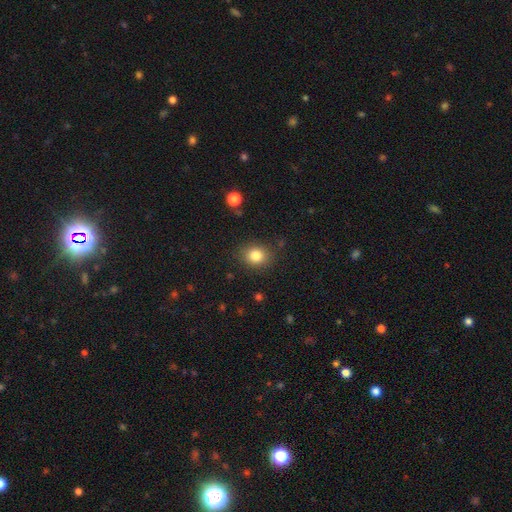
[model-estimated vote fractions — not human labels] smooth-or-featured: smooth: 83% | star or artifact: 11% | featured or disk: 6%
  how-rounded: round: 61% | in between: 38% | cigar-shaped: 1%
  merging: none: 85% | minor disturbance: 10% | major disturbance: 3% | merger: 1%